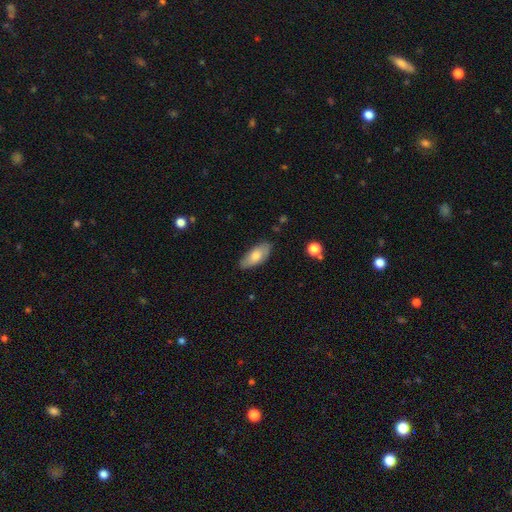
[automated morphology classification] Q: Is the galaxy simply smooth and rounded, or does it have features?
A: smooth — 75%.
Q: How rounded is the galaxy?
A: in between — 87%.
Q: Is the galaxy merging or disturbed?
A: none — 79%.